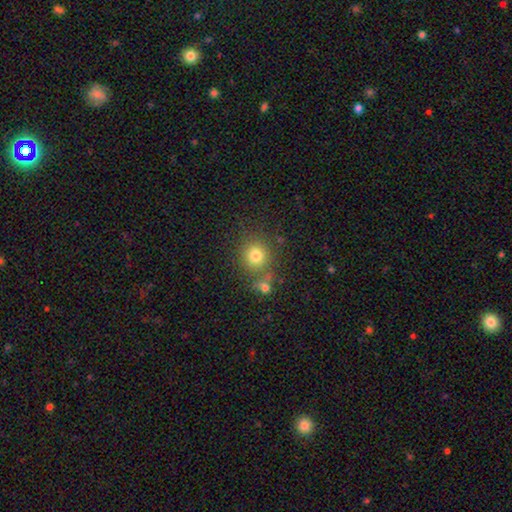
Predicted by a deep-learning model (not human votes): A smooth galaxy with no disk features (78%) that is round (89%). Merging: none (73%).